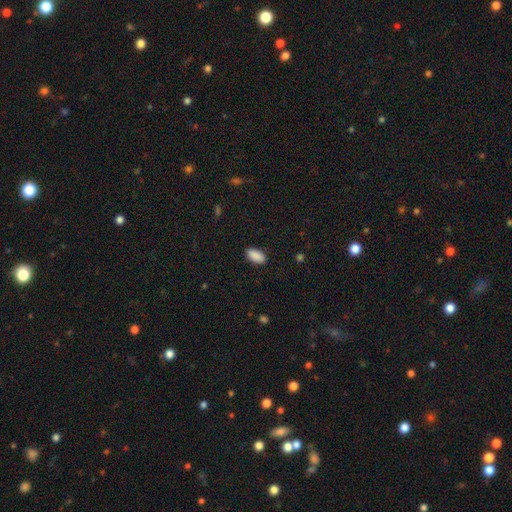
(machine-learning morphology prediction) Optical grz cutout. It shows a smooth galaxy with no disk features (90%) that is in between round and cigar-shaped (93%). Merging: none (89%).